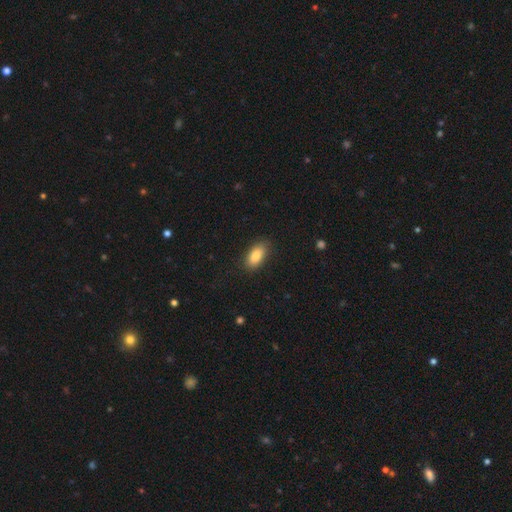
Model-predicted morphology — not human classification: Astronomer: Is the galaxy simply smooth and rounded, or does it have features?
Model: smooth — 84%.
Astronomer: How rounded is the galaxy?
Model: in between — 90%.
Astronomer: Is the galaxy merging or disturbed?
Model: none — 86%.